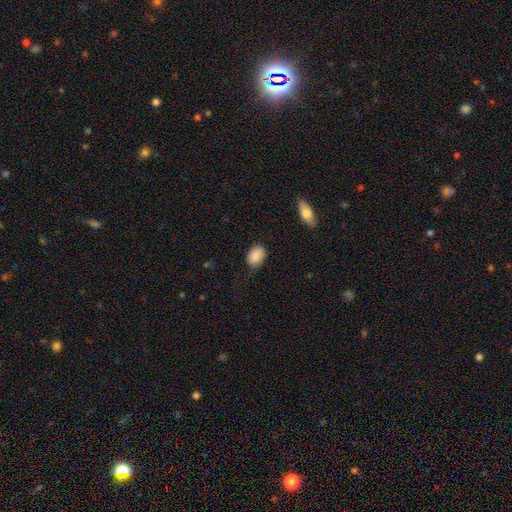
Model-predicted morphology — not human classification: A smooth galaxy with no disk features (86%) that is in between round and cigar-shaped (76%).

Vote fractions:
- Smooth or featured? smooth: 86% / star or artifact: 7% / featured or disk: 7%
- How rounded? in between: 76% / round: 23% / cigar-shaped: 1%
- Merging? none: 69% / minor disturbance: 25% / major disturbance: 5% / merger: 1%